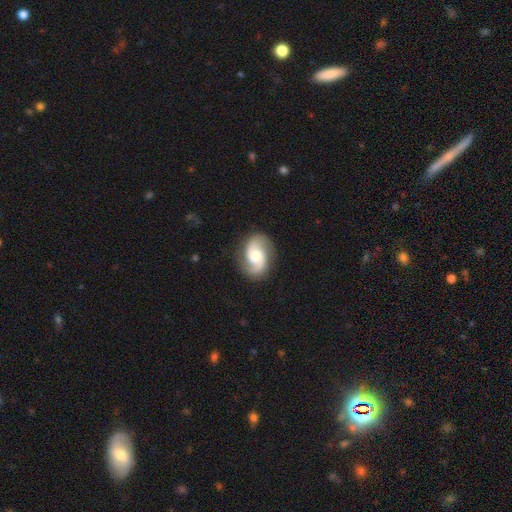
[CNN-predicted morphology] The model was most divided on "spiral winding": medium: 49%, loose: 33%, tight: 18%. More confident: edge-on disk — no (98%); spiral arms — yes (96%); spiral arm count — 2 (92%); smooth or featured — featured or disk (82%); merging — none (82%); bar — no (58%); bulge size — moderate (57%).